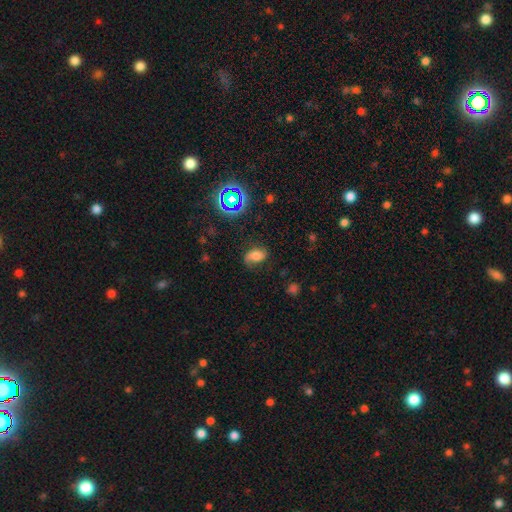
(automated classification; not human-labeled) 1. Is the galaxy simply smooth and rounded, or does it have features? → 46% smooth, 37% featured or disk, 17% star or artifact.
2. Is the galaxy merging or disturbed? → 65% none, 23% minor disturbance, 10% major disturbance, 2% merger.